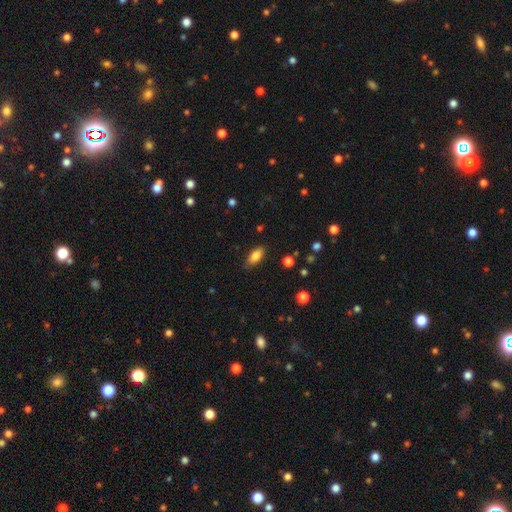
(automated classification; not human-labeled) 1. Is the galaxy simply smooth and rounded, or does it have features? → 83% smooth, 9% featured or disk, 8% star or artifact.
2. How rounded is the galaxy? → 88% in between, 9% cigar-shaped, 4% round.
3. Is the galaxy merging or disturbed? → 81% none, 15% minor disturbance, 3% major disturbance, 1% merger.